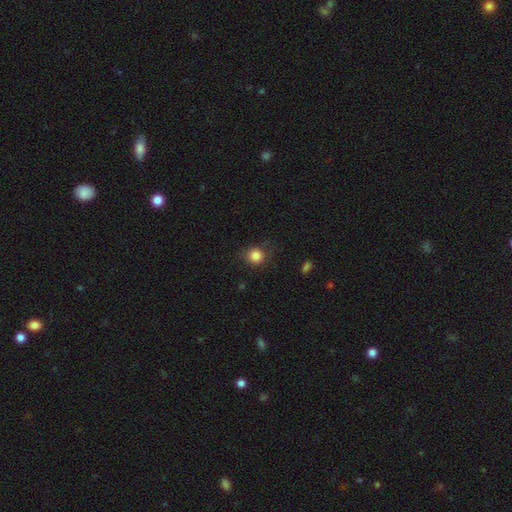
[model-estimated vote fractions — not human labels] The model was most divided on "merging": none: 78%, minor disturbance: 16%, major disturbance: 5%, merger: 1%. More confident: how rounded — round (86%); smooth or featured — smooth (84%).